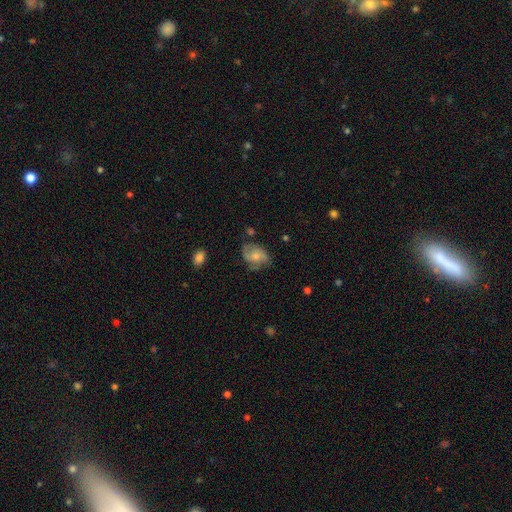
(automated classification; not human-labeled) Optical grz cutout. It shows a featured or disk galaxy (55%) with no bar (69%), spiral arms (86%) and a small central bulge (48%). Merging: none (60%).